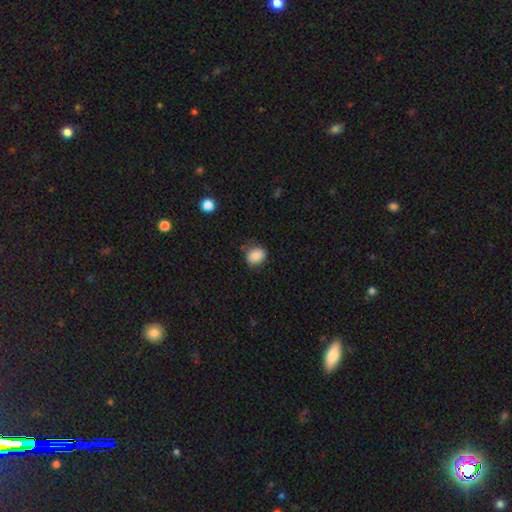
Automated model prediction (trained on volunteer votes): Overall: smooth (86%). How rounded: round (53%; in between 47%). Merging: none (72%).